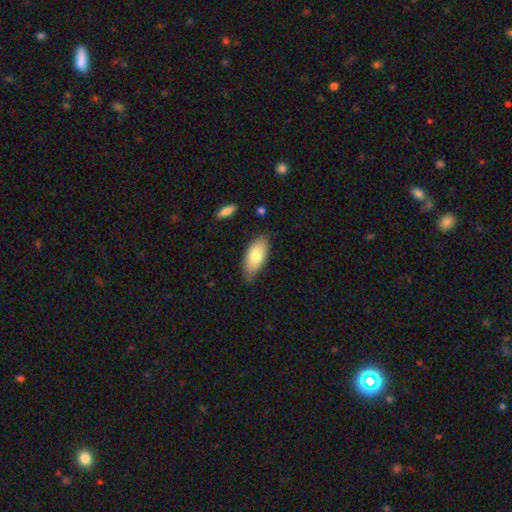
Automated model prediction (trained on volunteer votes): A smooth galaxy with no disk features (76%) that is in between round and cigar-shaped (89%). Merging: none (74%).